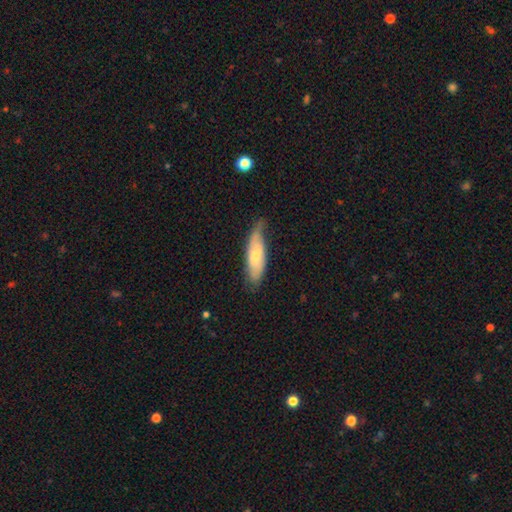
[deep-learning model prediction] Smooth or featured?
  - smooth: 54% *
  - featured or disk: 40%
  - star or artifact: 6%
How rounded?
  - cigar-shaped: 50% *
  - in between: 48%
  - round: 2%
Merging?
  - none: 60% *
  - minor disturbance: 31%
  - major disturbance: 8%
  - merger: 2%